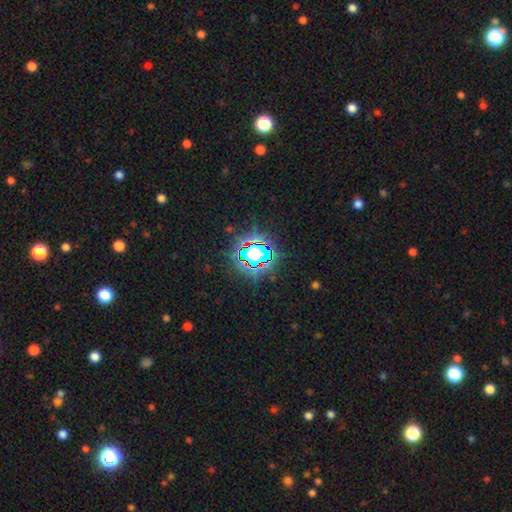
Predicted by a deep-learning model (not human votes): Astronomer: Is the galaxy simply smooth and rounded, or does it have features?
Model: star or artifact — 72%.